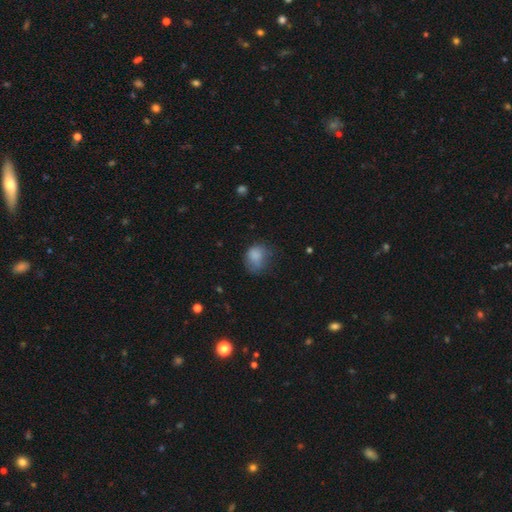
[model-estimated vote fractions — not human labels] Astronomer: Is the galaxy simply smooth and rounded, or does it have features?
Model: smooth — 78%.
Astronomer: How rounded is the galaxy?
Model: round — 54% (runner-up: in between, 45%).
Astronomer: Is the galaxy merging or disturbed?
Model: none — 46% (runner-up: minor disturbance, 32%).